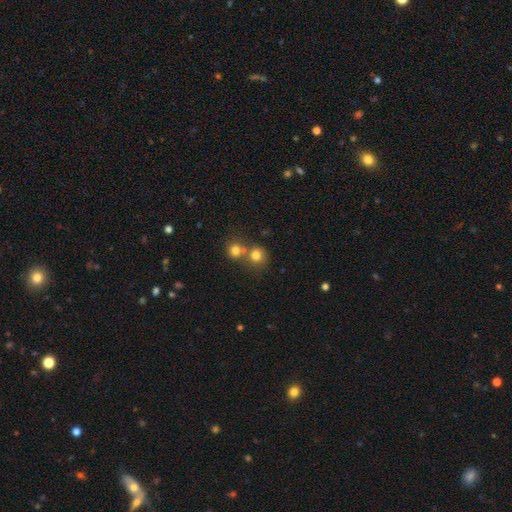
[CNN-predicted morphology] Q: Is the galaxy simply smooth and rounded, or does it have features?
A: smooth — 76%.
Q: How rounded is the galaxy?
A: round — 85%.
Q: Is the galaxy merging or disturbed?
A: none — 47%.